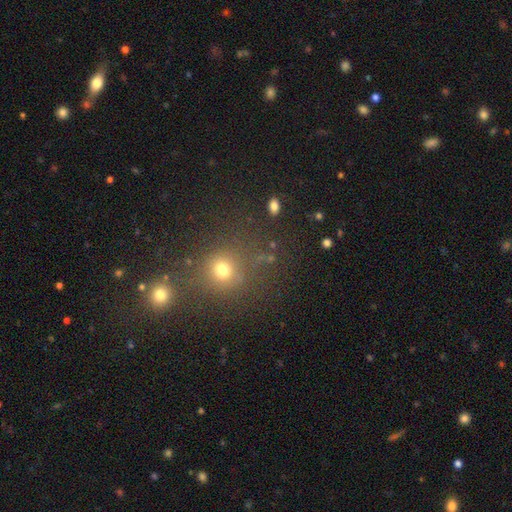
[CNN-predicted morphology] smooth_or_featured: star or artifact (p=0.46) [alt: smooth p=0.45]